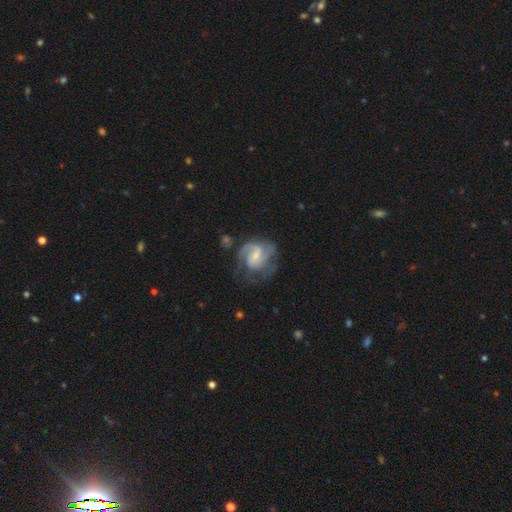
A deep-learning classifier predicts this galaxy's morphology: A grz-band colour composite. It shows a featured or disk galaxy (82%) with a weak bar (51%), 2 (43%) medium (49%) spiral arms (94%) and a small central bulge (62%). Merging: none (51%).